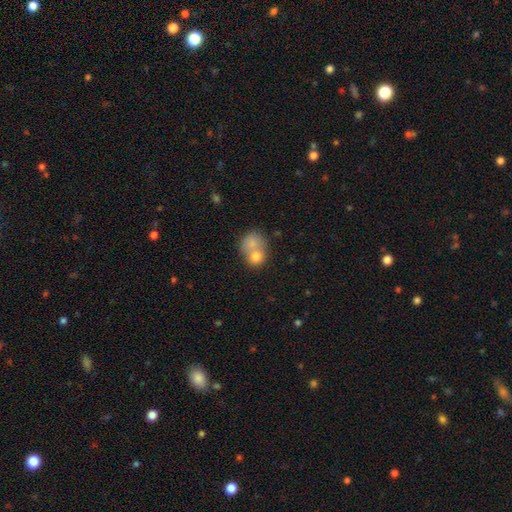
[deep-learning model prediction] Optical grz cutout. It shows a smooth galaxy with no disk features (74%) that is round (64%). Merging: merger (67%).